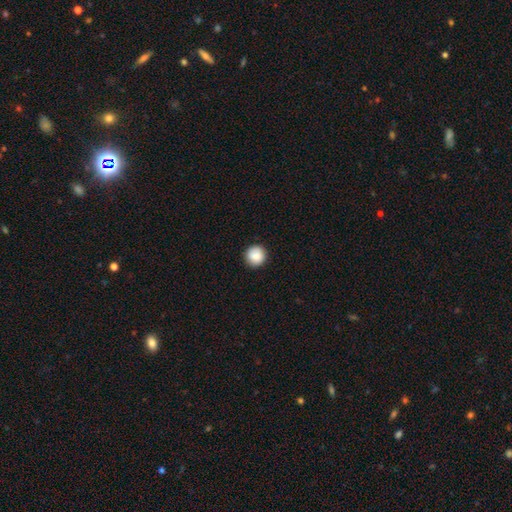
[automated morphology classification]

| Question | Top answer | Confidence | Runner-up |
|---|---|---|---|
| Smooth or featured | smooth | 87% | star or artifact (8%) |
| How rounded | round | 94% | in between (5%) |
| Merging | none | 90% | minor disturbance (7%) |